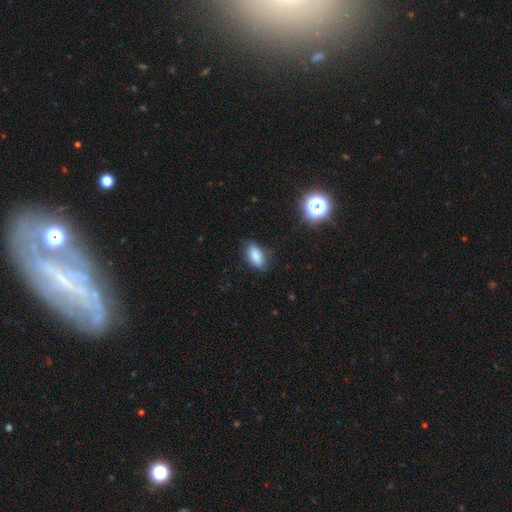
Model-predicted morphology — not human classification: type=smooth (84%); roundness=in between (90%); merging=none (77%).